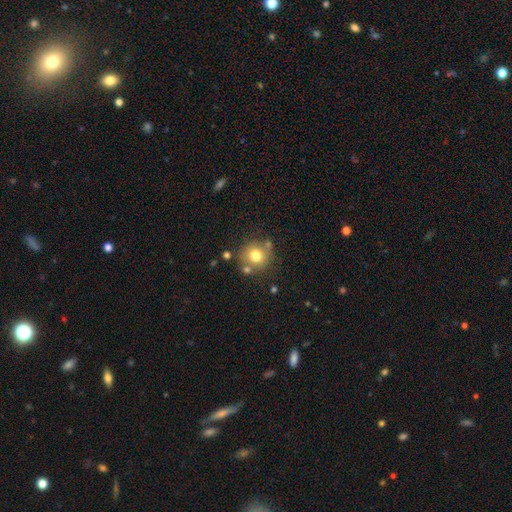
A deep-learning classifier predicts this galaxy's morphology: A smooth galaxy with no disk features (75%) that is round (89%).

Vote fractions:
- Smooth or featured? smooth: 75% / featured or disk: 13% / star or artifact: 12%
- How rounded? round: 89% / in between: 10% / cigar-shaped: 1%
- Merging? none: 72% / minor disturbance: 13% / merger: 11% / major disturbance: 4%